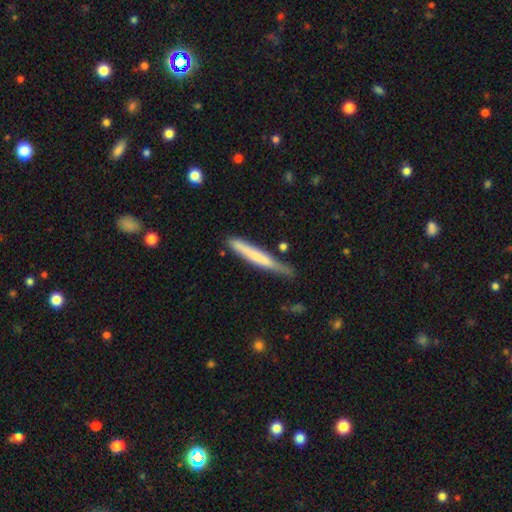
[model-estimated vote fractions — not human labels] This appears to be a smooth galaxy with no disk features (60%) that is cigar-shaped (96%). Merging: none (70%).